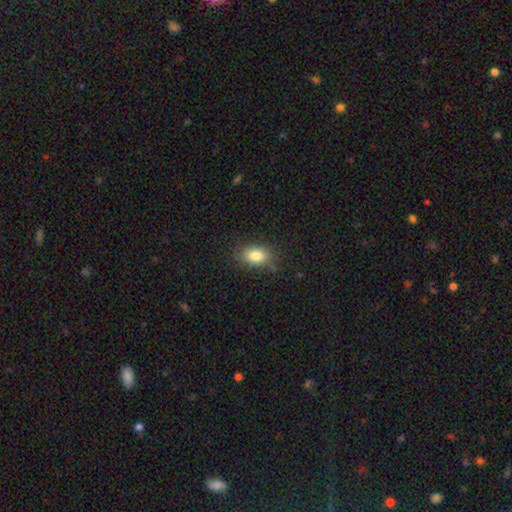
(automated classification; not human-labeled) Smooth or featured? Predicted: smooth (p=0.82). How rounded? Predicted: in between (p=0.81). Merging? Predicted: none (p=0.80).